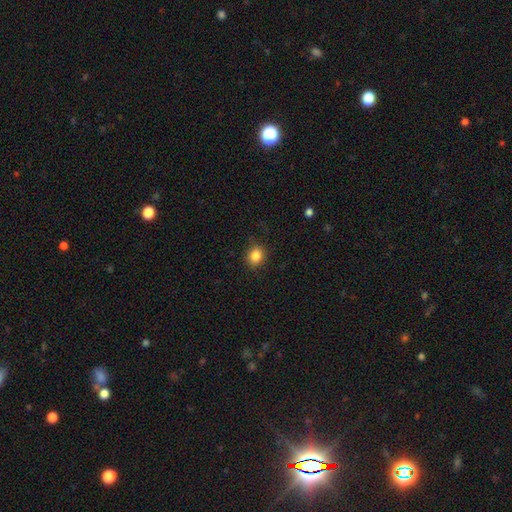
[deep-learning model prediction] smooth-or-featured: smooth: 84% | star or artifact: 10% | featured or disk: 5%
  how-rounded: round: 69% | in between: 30% | cigar-shaped: 1%
  merging: none: 86% | minor disturbance: 10% | major disturbance: 3% | merger: 1%